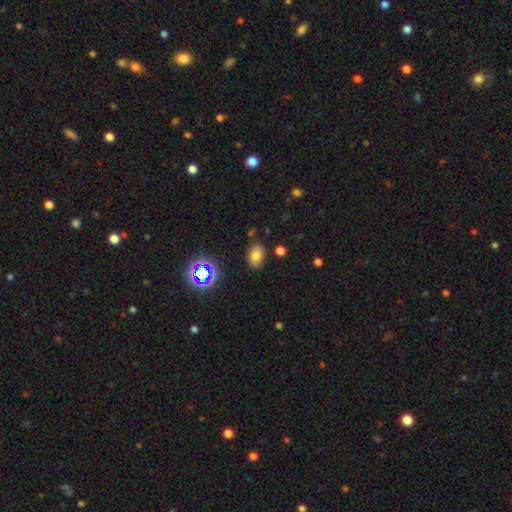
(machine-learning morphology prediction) Smooth or featured: smooth — 71% (star or artifact — 18%)
How rounded: in between — 78% (round — 21%)
Merging: none — 80% (minor disturbance — 14%)